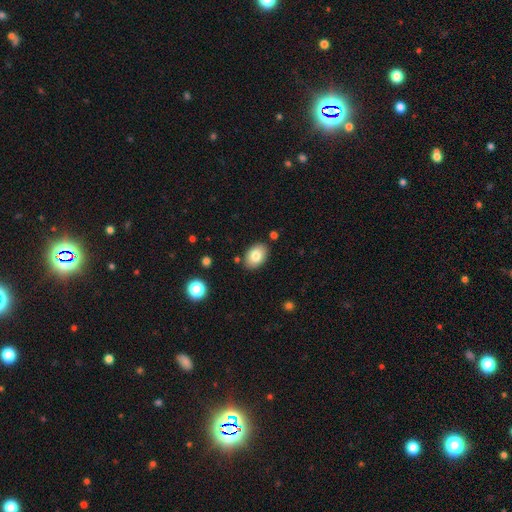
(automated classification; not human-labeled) The model was most divided on "smooth or featured": smooth: 81%, featured or disk: 12%, star or artifact: 8%. More confident: merging — none (84%); how rounded — in between (84%).